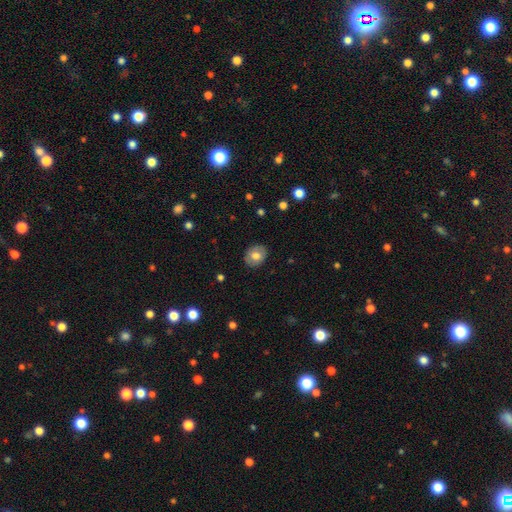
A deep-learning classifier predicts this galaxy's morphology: type=smooth (72%); roundness=round (53%); merging=none (86%).